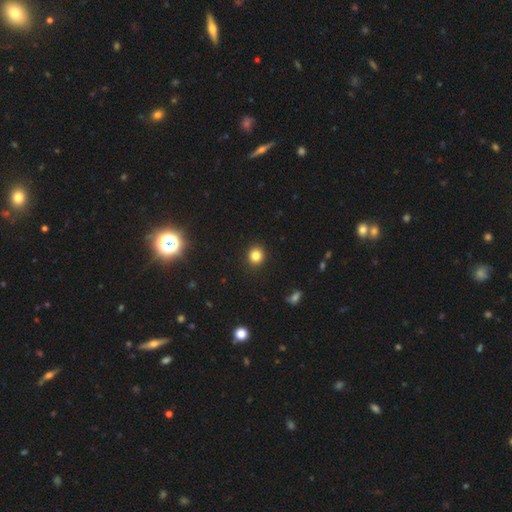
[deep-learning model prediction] A smooth galaxy with no disk features (82%) that is round (85%). Merging: none (92%).